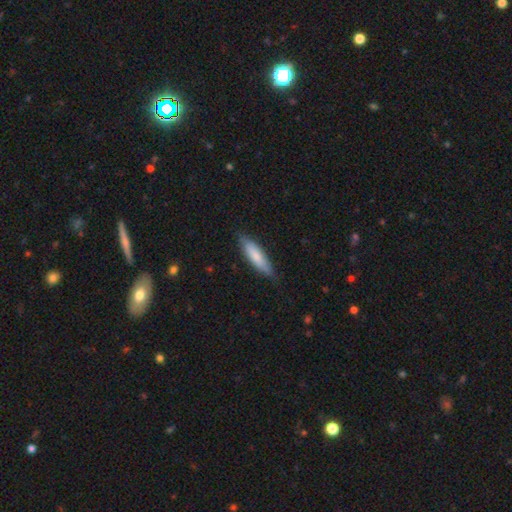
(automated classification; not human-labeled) Smooth or featured: smooth — 77% (featured or disk — 18%)
How rounded: cigar-shaped — 66% (in between — 33%)
Merging: none — 81% (minor disturbance — 15%)